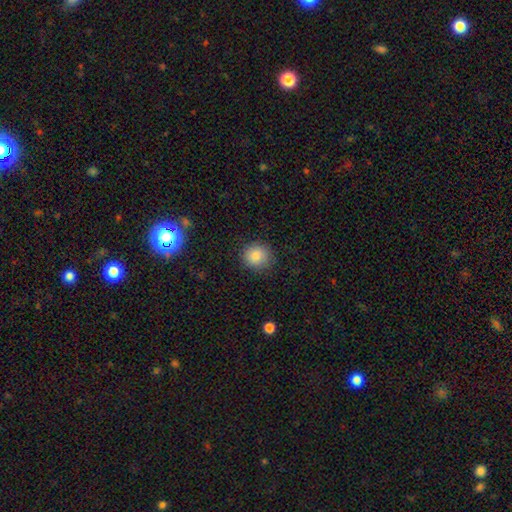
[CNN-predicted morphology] smooth_or_featured: smooth (p=0.84) [alt: star or artifact p=0.10]
how_rounded: round (p=0.90) [alt: in between p=0.09]
merging: none (p=0.88) [alt: minor disturbance p=0.09]